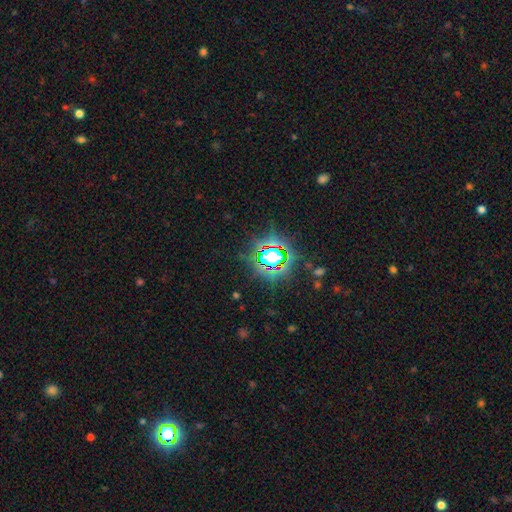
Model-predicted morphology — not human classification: Smooth or featured: star or artifact — 82% (smooth — 11%)